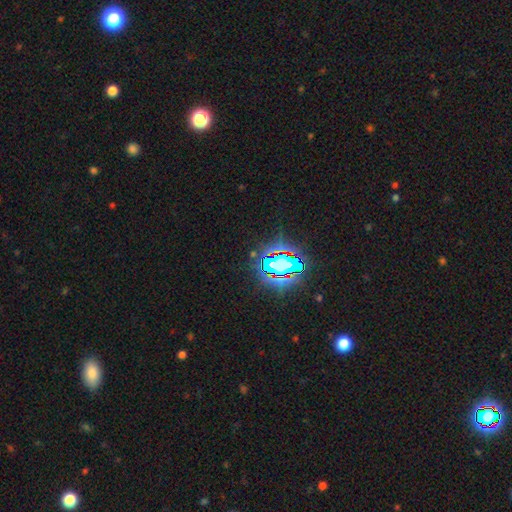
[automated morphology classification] A star or artifact, not a galaxy (78%).